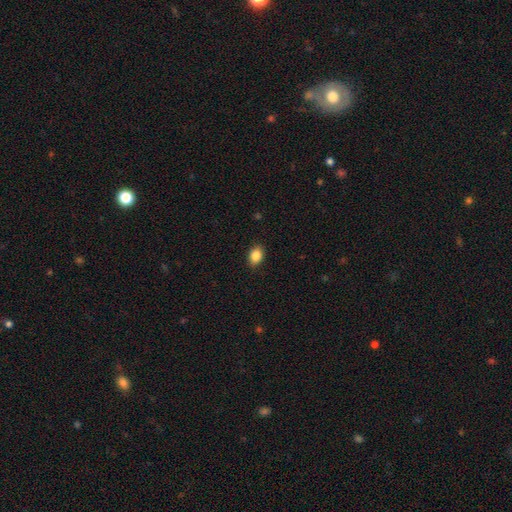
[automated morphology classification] Overall: smooth (86%). How rounded: in between (71%). Merging: none (88%).